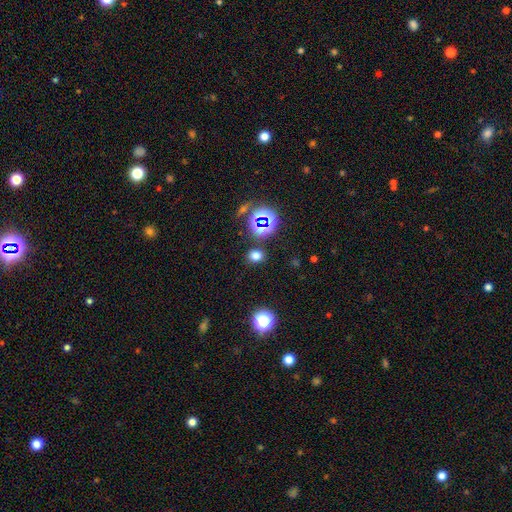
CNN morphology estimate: This is likely a smooth galaxy (71%). How rounded: possibly round (58%). Merging: clearly none (85%).